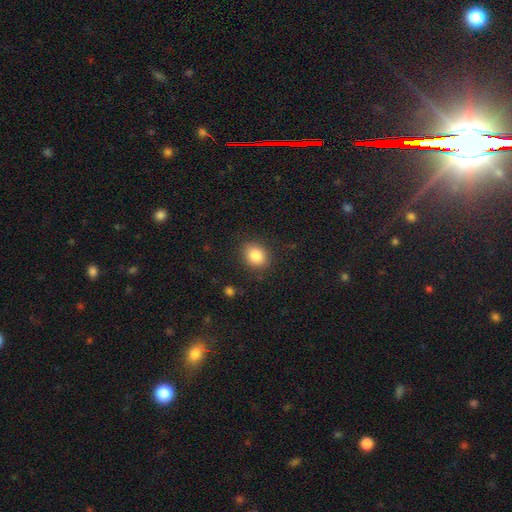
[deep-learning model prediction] smooth-or-featured: smooth: 84% | star or artifact: 10% | featured or disk: 6%
  how-rounded: round: 62% | in between: 37% | cigar-shaped: 1%
  merging: none: 85% | minor disturbance: 10% | major disturbance: 3% | merger: 1%